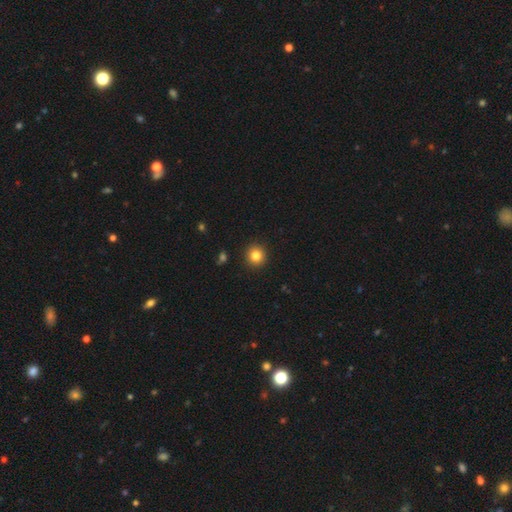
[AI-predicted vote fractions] smooth-or-featured: smooth: 83% | star or artifact: 11% | featured or disk: 6%
  how-rounded: round: 93% | in between: 6% | cigar-shaped: 1%
  merging: none: 92% | minor disturbance: 5% | major disturbance: 2% | merger: 1%